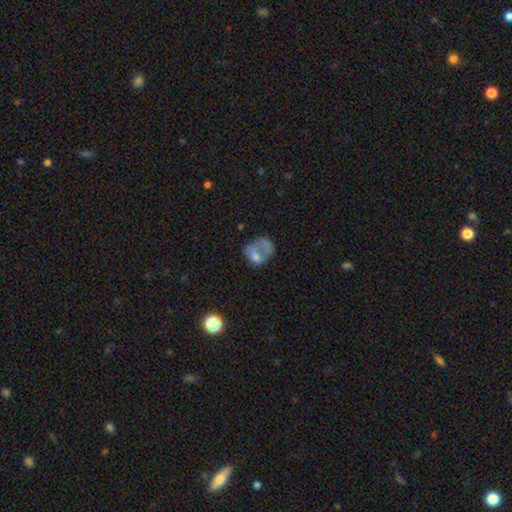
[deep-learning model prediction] Smooth or featured? smooth (50%)
How rounded? round (54%)
Merging? major disturbance (31%)